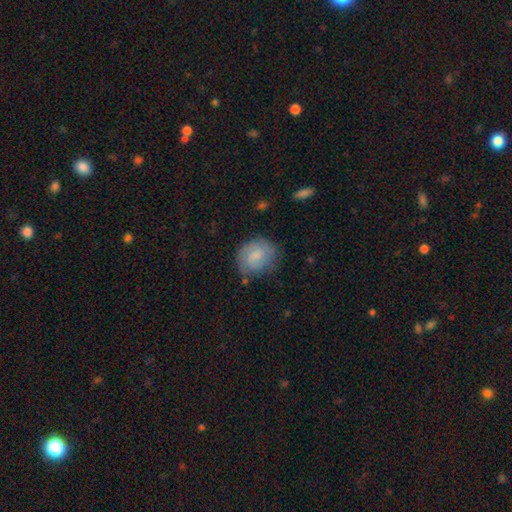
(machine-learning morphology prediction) Smooth or featured? Predicted: smooth (p=0.65). How rounded? Predicted: round (p=0.59). Merging? Predicted: none (p=0.66).